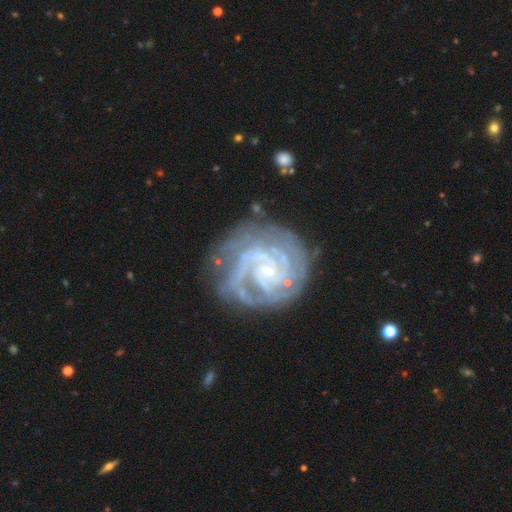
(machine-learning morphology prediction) A featured or disk galaxy (90%) with a weak bar (46%), 3 (27%) tight (68%) spiral arms (98%) and a small central bulge (63%).

Vote fractions:
- Smooth or featured? featured or disk: 90% / star or artifact: 5% / smooth: 5%
- Edge-on disk? no: 98% / yes: 2%
- Bar? weak: 46% / no: 37% / strong: 16%
- Spiral arms? yes: 98% / no: 2%
- Spiral winding? tight: 68% / medium: 28% / loose: 4%
- Spiral arm count? 3: 27% / 2: 23% / can't tell: 19% / 4: 17% / more than 4: 8% / 1: 7%
- Bulge size? small: 63% / moderate: 19% / none: 14% / large: 2% / dominant: 1%
- Merging? none: 65% / minor disturbance: 20% / major disturbance: 12% / merger: 3%